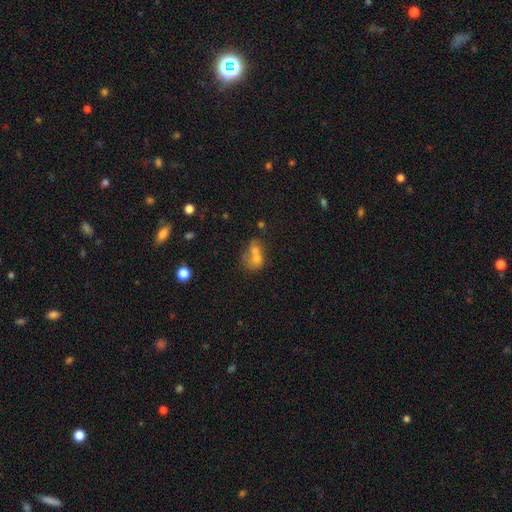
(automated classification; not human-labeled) smooth_or_featured: smooth (p=0.62) [alt: featured or disk p=0.26]
how_rounded: in between (p=0.50) [alt: round p=0.48]
merging: merger (p=0.73) [alt: none p=0.15]